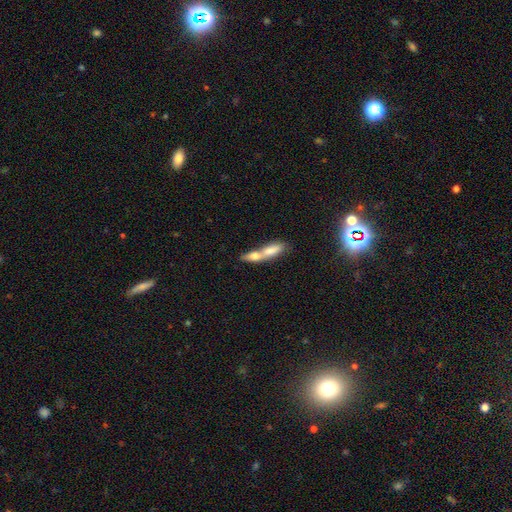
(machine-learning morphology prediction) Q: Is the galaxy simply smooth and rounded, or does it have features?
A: smooth — 60%.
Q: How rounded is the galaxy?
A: cigar-shaped — 56%.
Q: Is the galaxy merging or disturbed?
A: merger — 64%.